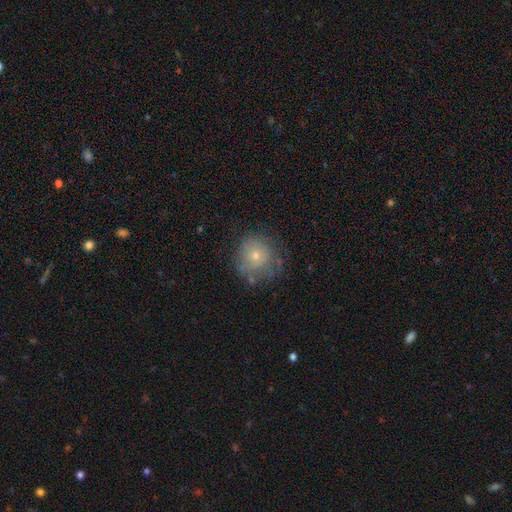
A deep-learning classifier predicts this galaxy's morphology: A smooth galaxy with no disk features (52%) that is round (89%). Merging: none (64%).